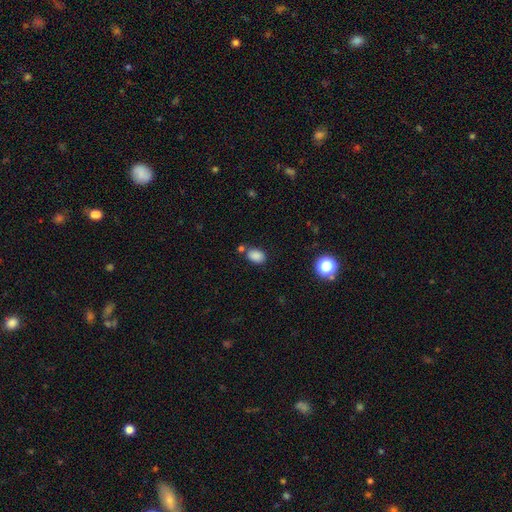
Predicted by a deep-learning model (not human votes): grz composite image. It shows a smooth galaxy with no disk features (85%) that is in between round and cigar-shaped (83%). Merging: none (68%).